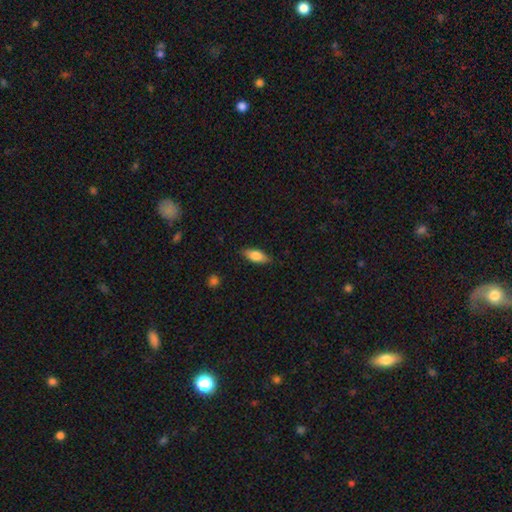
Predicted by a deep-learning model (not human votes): smooth-or-featured: smooth: 77% | featured or disk: 16% | star or artifact: 7%
  how-rounded: in between: 80% | cigar-shaped: 18% | round: 3%
  merging: none: 85% | minor disturbance: 11% | major disturbance: 2% | merger: 1%